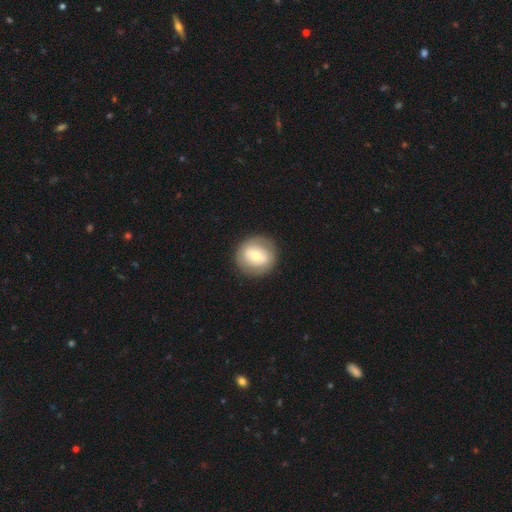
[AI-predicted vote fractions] Smooth or featured?
  - smooth: 56% *
  - featured or disk: 37%
  - star or artifact: 7%
How rounded?
  - round: 87% *
  - in between: 12%
  - cigar-shaped: 1%
Merging?
  - none: 86% *
  - minor disturbance: 9%
  - major disturbance: 4%
  - merger: 1%